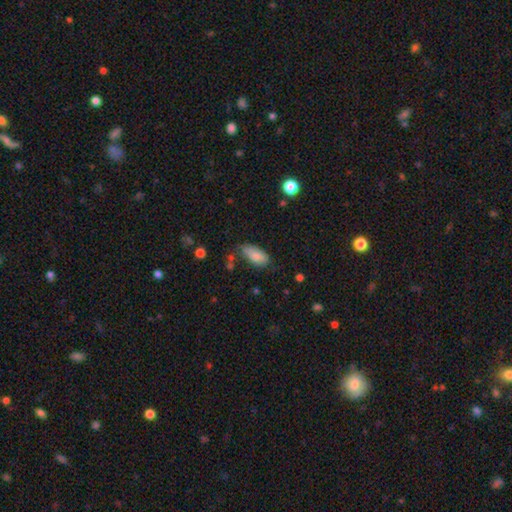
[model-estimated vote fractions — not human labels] A smooth galaxy with no disk features (83%) that is in between round and cigar-shaped (91%). Merging: none (55%).